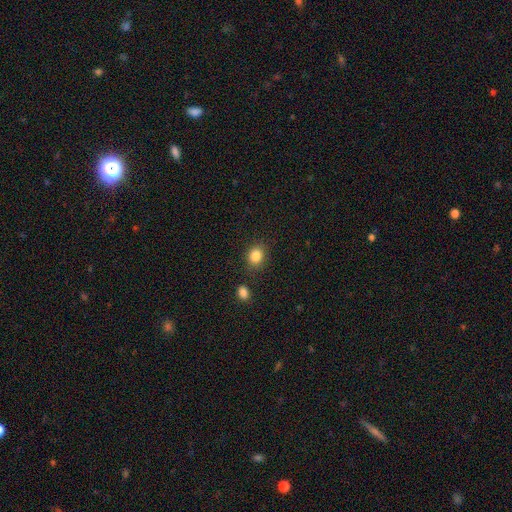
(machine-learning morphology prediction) Smooth or featured? Predicted: smooth (p=0.85). How rounded? Predicted: round (p=0.60). Merging? Predicted: none (p=0.80).